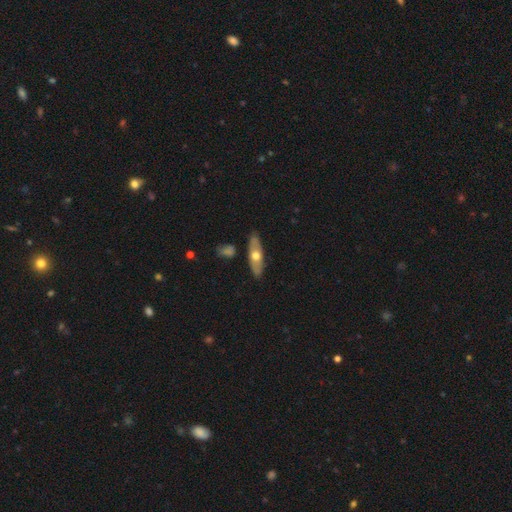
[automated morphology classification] smooth_or_featured: smooth (p=0.48) [alt: featured or disk p=0.47]
merging: none (p=0.83) [alt: minor disturbance p=0.12]